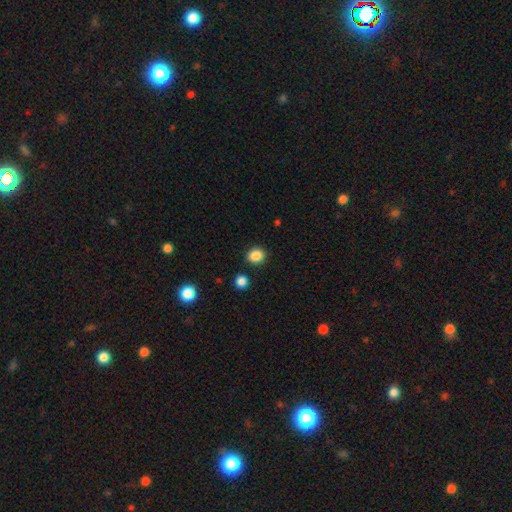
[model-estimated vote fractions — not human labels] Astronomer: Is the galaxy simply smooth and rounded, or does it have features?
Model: smooth — 87%.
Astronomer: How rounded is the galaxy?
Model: round — 74%.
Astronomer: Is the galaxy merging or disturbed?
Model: none — 88%.